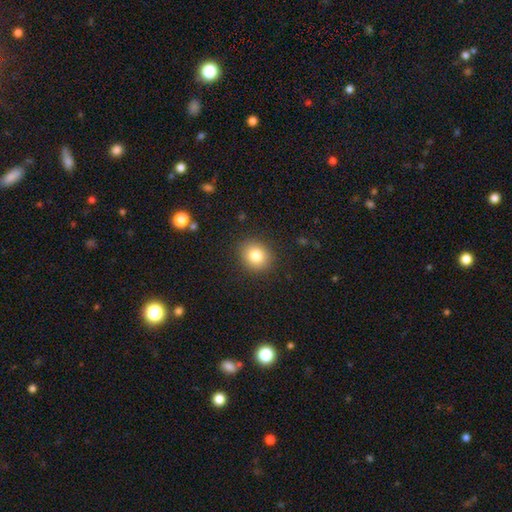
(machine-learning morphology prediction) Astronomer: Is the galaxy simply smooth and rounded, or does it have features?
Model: smooth — 81%.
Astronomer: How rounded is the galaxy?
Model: round — 78%.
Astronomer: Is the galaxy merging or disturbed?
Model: none — 89%.